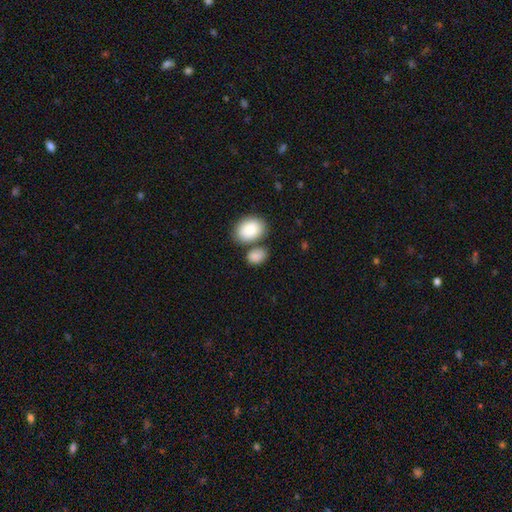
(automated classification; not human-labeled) A smooth galaxy with no disk features (87%) that is in between round and cigar-shaped (76%). Merging: none (54%).